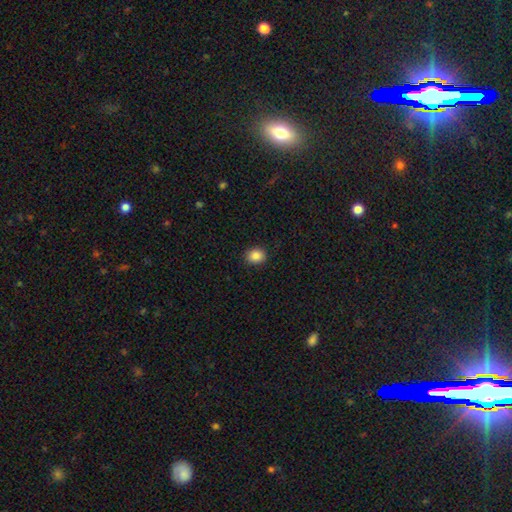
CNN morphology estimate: This appears to be a smooth galaxy with no disk features (87%) that is round (62%). Merging: none (91%).